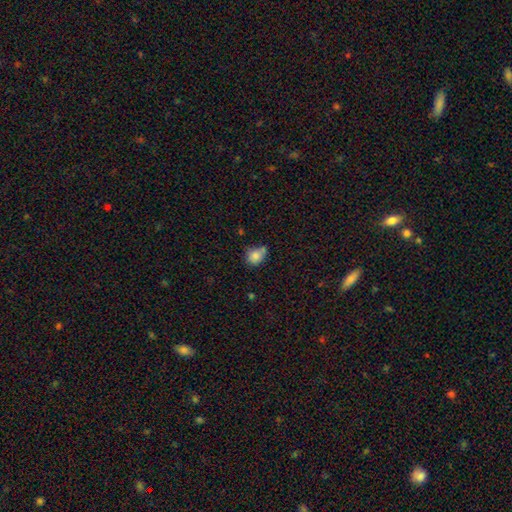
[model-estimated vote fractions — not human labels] A smooth galaxy with no disk features (83%) that is round (67%). Merging: none (51%).